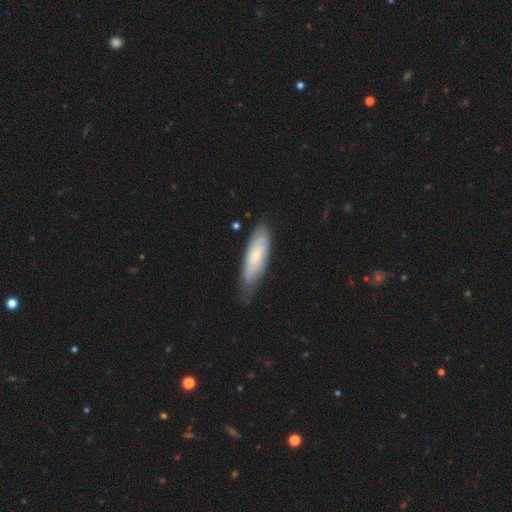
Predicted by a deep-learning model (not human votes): This is possibly a smooth galaxy (52%). How rounded: possibly in between (52%). Merging: likely none (61%).